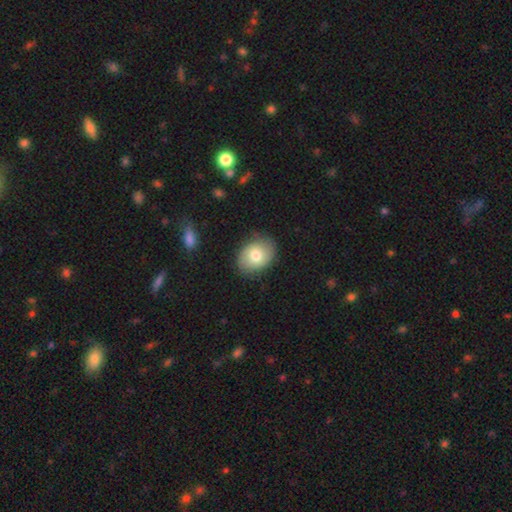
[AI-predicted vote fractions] smooth-or-featured: smooth: 72% | featured or disk: 20% | star or artifact: 7%
  how-rounded: in between: 67% | round: 32% | cigar-shaped: 1%
  merging: none: 80% | minor disturbance: 15% | major disturbance: 3% | merger: 1%